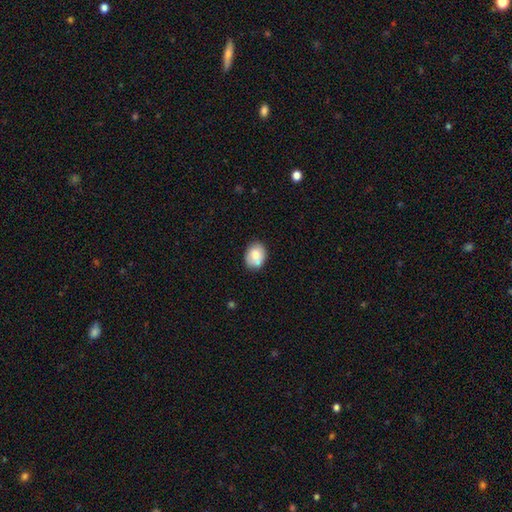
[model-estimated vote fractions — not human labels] The model was most divided on "how rounded": in between: 61%, round: 38%, cigar-shaped: 1%. More confident: smooth or featured — smooth (76%); merging — none (72%).